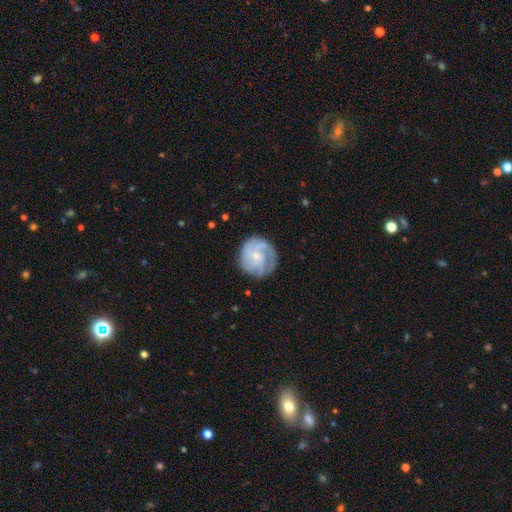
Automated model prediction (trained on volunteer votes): smooth_or_featured: featured or disk (p=0.70) [alt: smooth p=0.24]
disk_edge_on: no (p=0.98) [alt: yes p=0.02]
bar: no (p=0.71) [alt: weak p=0.25]
has_spiral_arms: yes (p=0.90) [alt: no p=0.10]
spiral_winding: tight (p=0.54) [alt: medium p=0.34]
spiral_arm_count: can't tell (p=0.30) [alt: 2 p=0.25]
bulge_size: small (p=0.67) [alt: moderate p=0.25]
merging: none (p=0.73) [alt: minor disturbance p=0.18]